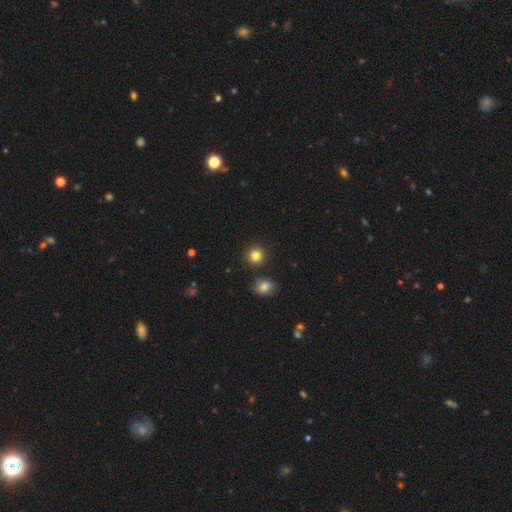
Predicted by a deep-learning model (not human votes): Smooth or featured? smooth (83%)
How rounded? round (92%)
Merging? none (88%)